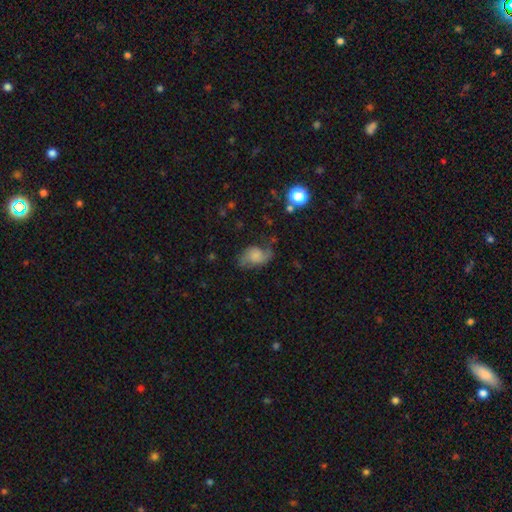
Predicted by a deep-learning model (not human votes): This appears to be a featured or disk galaxy (51%). Merging: none (55%).